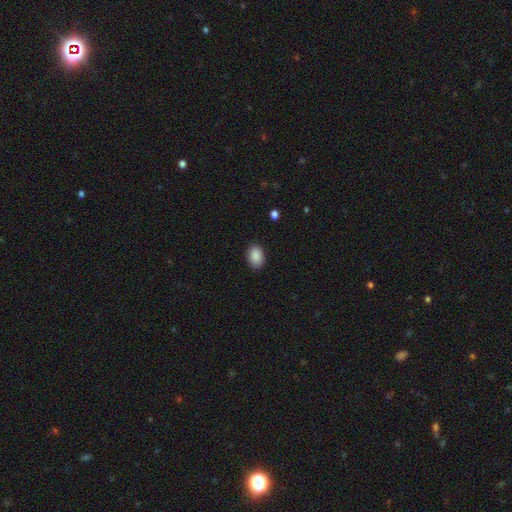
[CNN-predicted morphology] Smooth or featured?
  - smooth: 89% *
  - star or artifact: 8%
  - featured or disk: 3%
How rounded?
  - in between: 86% *
  - round: 13%
  - cigar-shaped: 1%
Merging?
  - none: 89% *
  - minor disturbance: 8%
  - major disturbance: 2%
  - merger: 1%